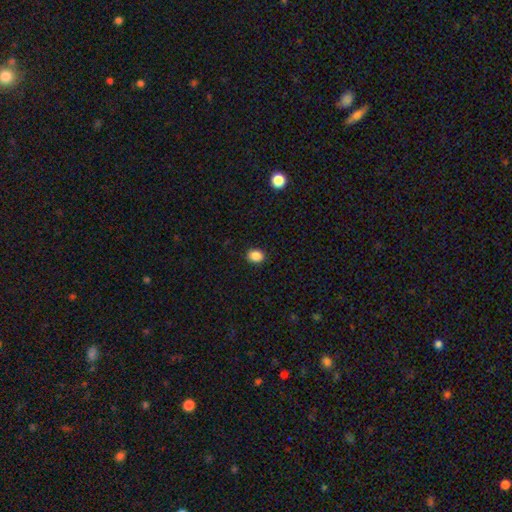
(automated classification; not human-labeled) Morphology: type=smooth (88%); roundness=round (52%); merging=none (91%).